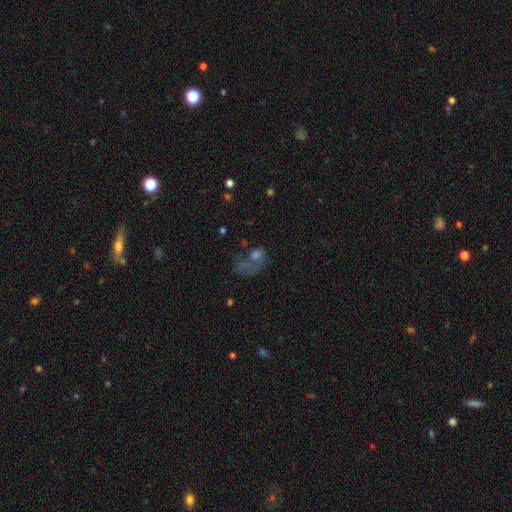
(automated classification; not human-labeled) smooth_or_featured: smooth (p=0.45) [alt: featured or disk p=0.32]
merging: major disturbance (p=0.44) [alt: none p=0.26]